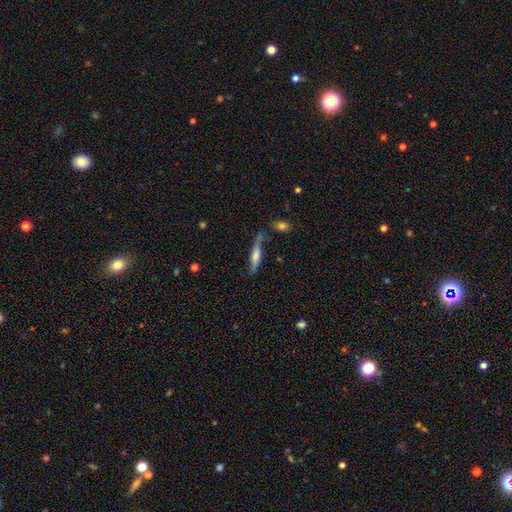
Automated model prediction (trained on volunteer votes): A featured or disk galaxy (52%) viewed edge-on (79%). Merging: none (66%).